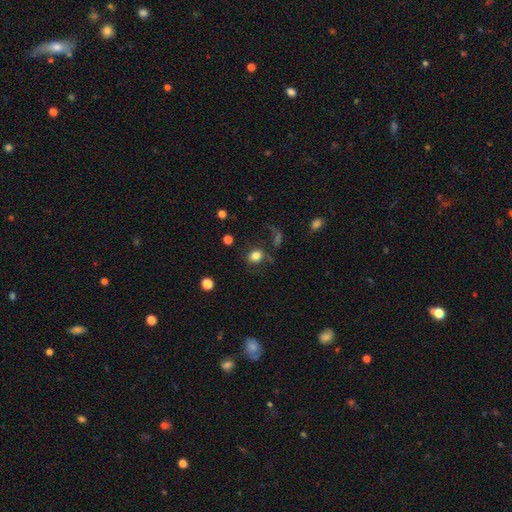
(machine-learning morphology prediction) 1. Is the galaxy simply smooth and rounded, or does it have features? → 81% smooth, 11% star or artifact, 8% featured or disk.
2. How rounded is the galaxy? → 58% round, 41% in between, 1% cigar-shaped.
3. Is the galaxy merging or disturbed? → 70% none, 15% minor disturbance, 10% major disturbance, 5% merger.